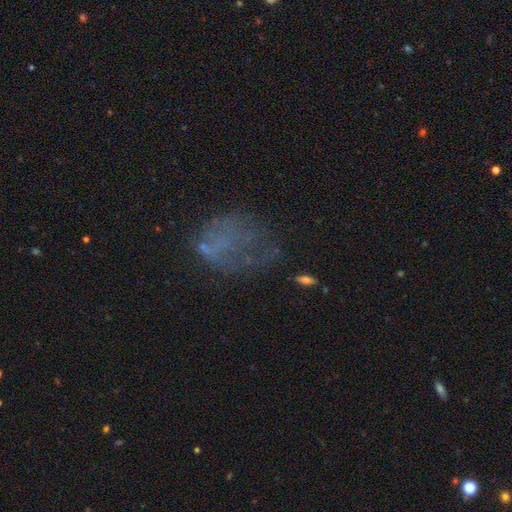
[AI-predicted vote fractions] Smooth or featured: featured or disk — 35% (smooth — 33%)
Merging: none — 44% (major disturbance — 31%)